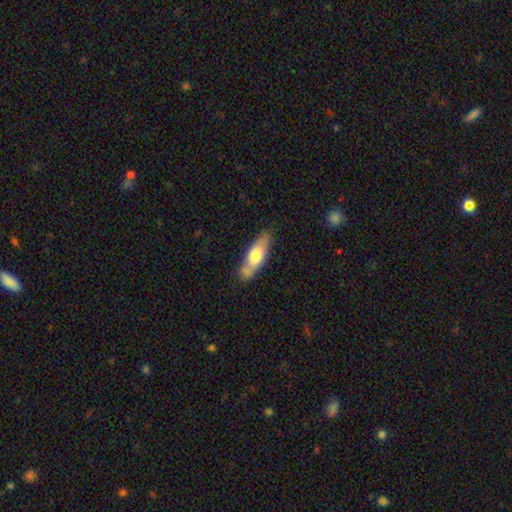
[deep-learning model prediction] smooth_or_featured: smooth (p=0.60) [alt: featured or disk p=0.35]
how_rounded: in between (p=0.56) [alt: cigar-shaped p=0.42]
merging: none (p=0.69) [alt: minor disturbance p=0.19]